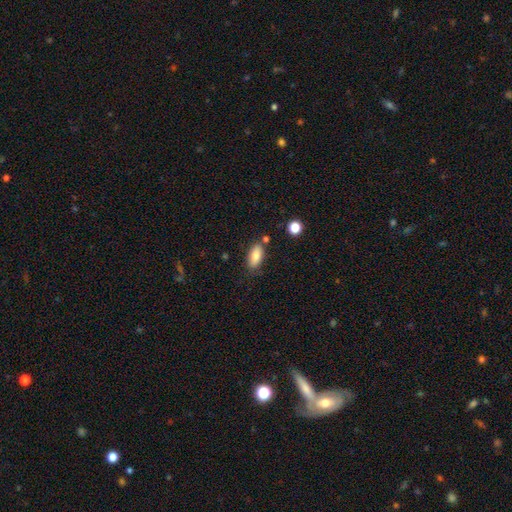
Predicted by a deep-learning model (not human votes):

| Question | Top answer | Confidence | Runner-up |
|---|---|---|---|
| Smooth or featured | smooth | 83% | featured or disk (10%) |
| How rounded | in between | 87% | cigar-shaped (10%) |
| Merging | none | 75% | minor disturbance (15%) |